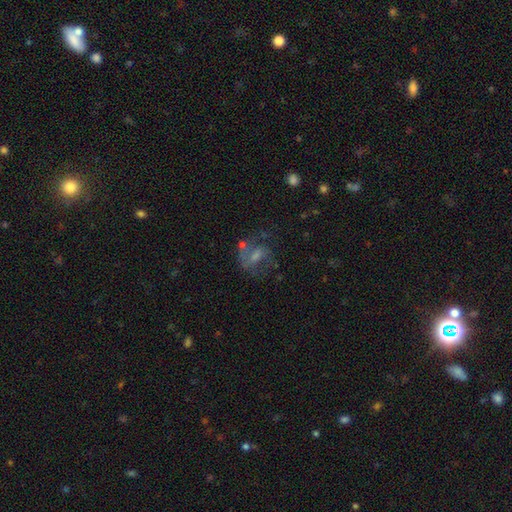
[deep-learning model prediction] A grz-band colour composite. It shows a featured or disk galaxy (55%) with a weak bar (46%), spiral arms (67%) and a moderate central bulge (37%). Merging: none (51%).